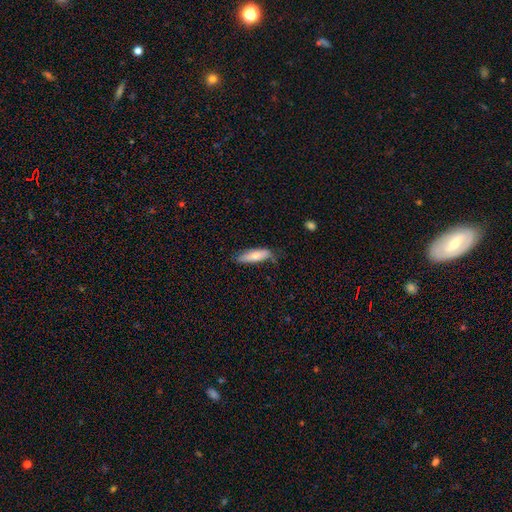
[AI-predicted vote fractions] A smooth galaxy with no disk features (70%) that is cigar-shaped (51%).

Vote fractions:
- Smooth or featured? smooth: 70% / featured or disk: 24% / star or artifact: 6%
- How rounded? cigar-shaped: 51% / in between: 47% / round: 2%
- Merging? none: 70% / minor disturbance: 24% / major disturbance: 4% / merger: 2%